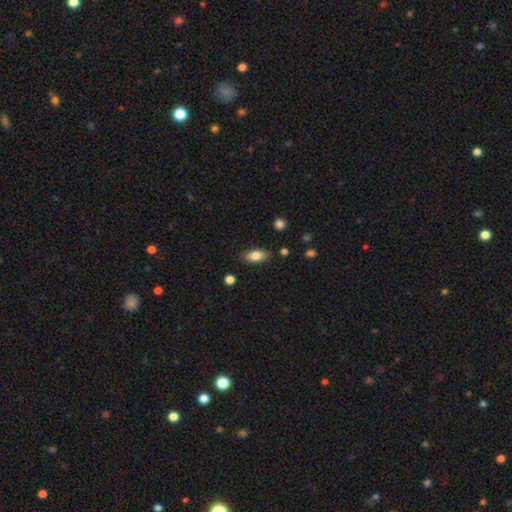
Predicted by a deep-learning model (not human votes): smooth_or_featured: smooth (p=0.80) [alt: featured or disk p=0.13]
how_rounded: in between (p=0.84) [alt: cigar-shaped p=0.11]
merging: none (p=0.83) [alt: minor disturbance p=0.12]